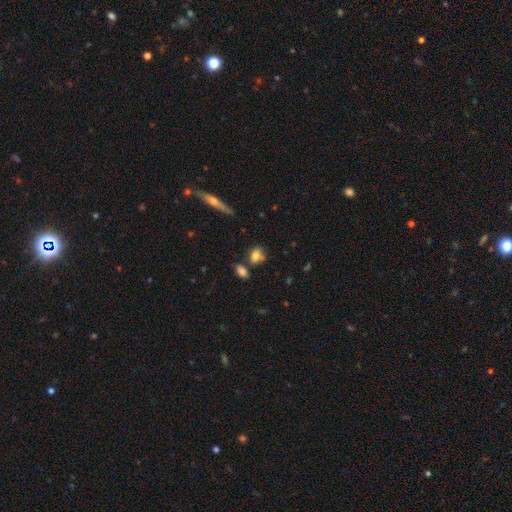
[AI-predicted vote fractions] smooth 73%, featured or disk 15%, star or artifact 11%. Down the decision tree: how rounded — in between (62%); merging — none (58%).